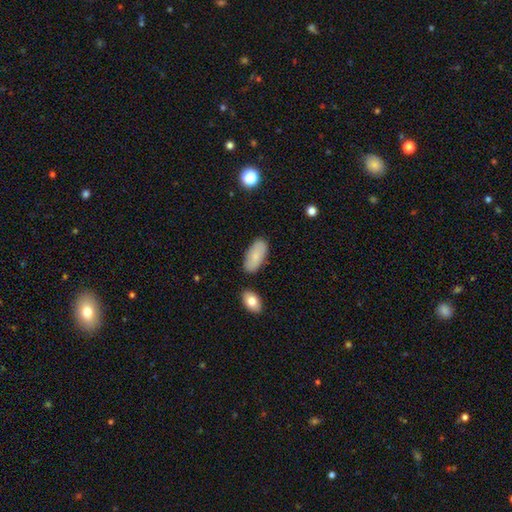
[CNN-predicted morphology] Smooth or featured: smooth — 80% (featured or disk — 13%)
How rounded: in between — 91% (cigar-shaped — 7%)
Merging: none — 81% (minor disturbance — 13%)